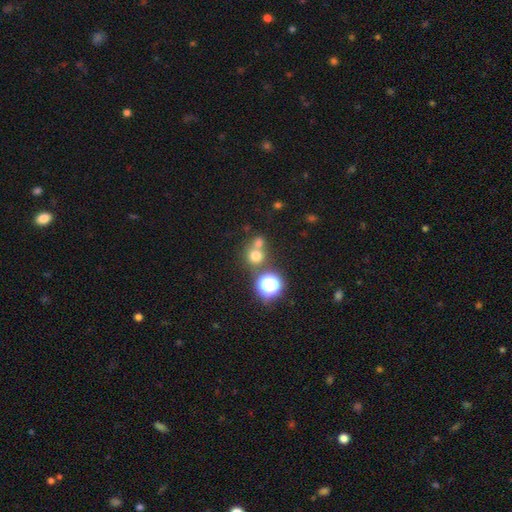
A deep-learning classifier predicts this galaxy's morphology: Overall: smooth (68%). How rounded: round (87%). Merging: none (54%; merger 34%).